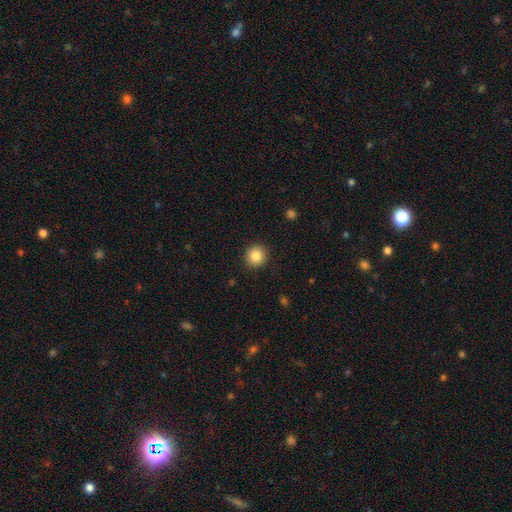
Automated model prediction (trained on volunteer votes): Smooth or featured: smooth — 86% (star or artifact — 9%)
How rounded: round — 91% (in between — 8%)
Merging: none — 91% (minor disturbance — 6%)